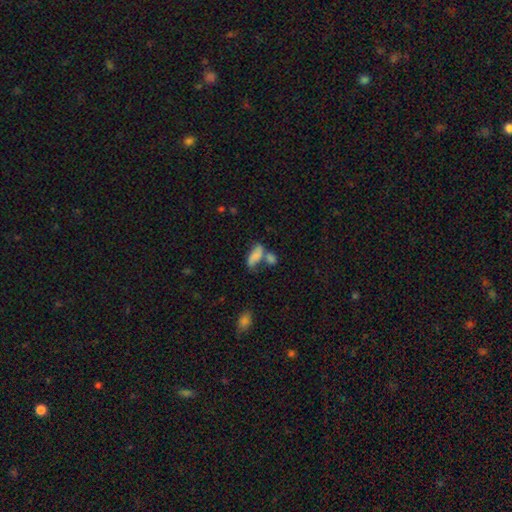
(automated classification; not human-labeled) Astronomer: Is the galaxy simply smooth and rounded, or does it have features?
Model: smooth — 71%.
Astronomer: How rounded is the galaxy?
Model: in between — 78%.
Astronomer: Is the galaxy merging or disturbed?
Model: merger — 43% (runner-up: none, 31%).